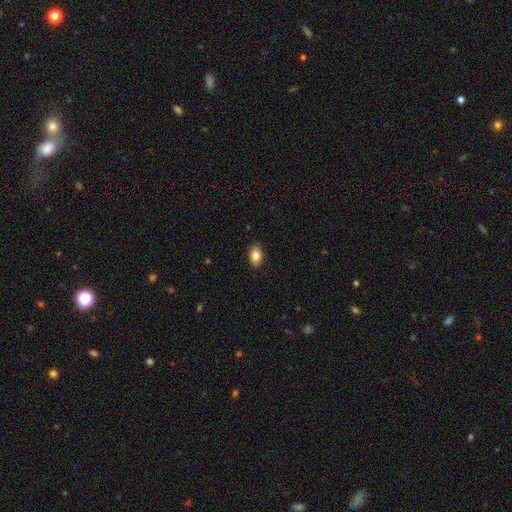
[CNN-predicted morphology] A smooth galaxy with no disk features (84%) that is in between round and cigar-shaped (86%).

Vote fractions:
- Smooth or featured? smooth: 84% / star or artifact: 8% / featured or disk: 8%
- How rounded? in between: 86% / round: 12% / cigar-shaped: 1%
- Merging? none: 88% / minor disturbance: 9% / major disturbance: 2% / merger: 1%